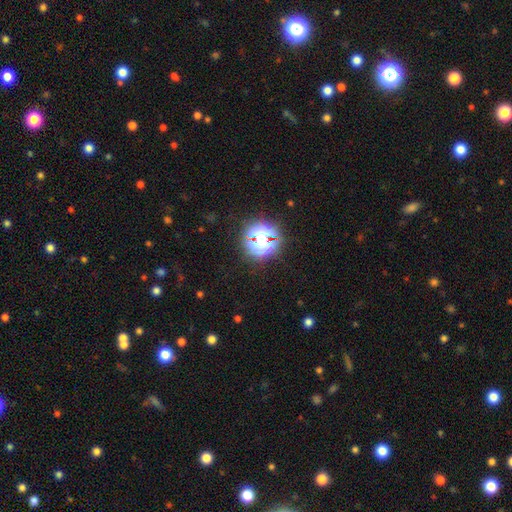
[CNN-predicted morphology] Overall: star or artifact (78%).